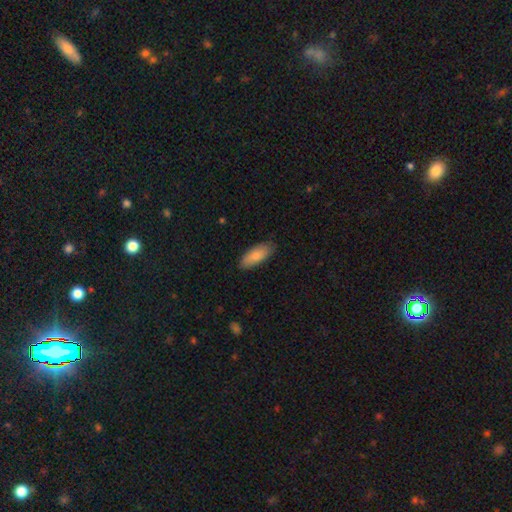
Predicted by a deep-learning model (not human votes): A smooth galaxy with no disk features (80%) that is in between round and cigar-shaped (81%).

Vote fractions:
- Smooth or featured? smooth: 80% / featured or disk: 14% / star or artifact: 6%
- How rounded? in between: 81% / cigar-shaped: 17% / round: 2%
- Merging? none: 84% / minor disturbance: 13% / major disturbance: 2% / merger: 1%